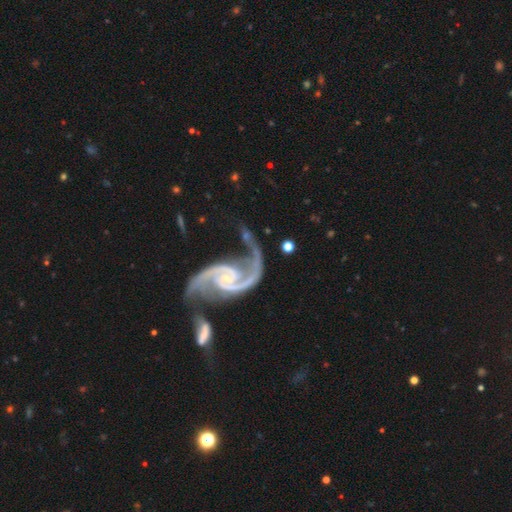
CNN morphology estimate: This appears to be a featured or disk galaxy (94%) with no bar (44%), 2 (94%) medium (50%) spiral arms (98%) and a small central bulge (49%). Merging: none (57%).